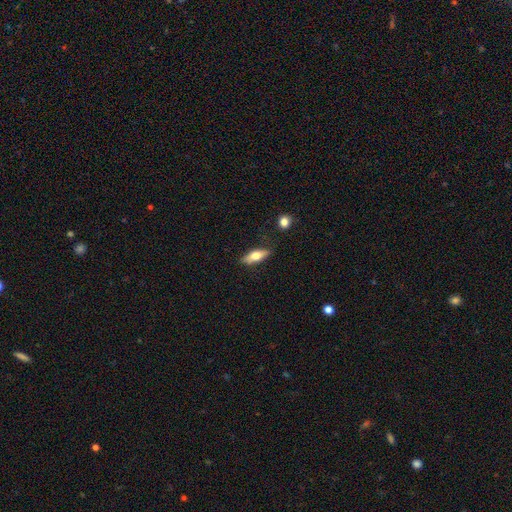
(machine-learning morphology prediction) Smooth or featured?
  - smooth: 63% *
  - featured or disk: 31%
  - star or artifact: 6%
How rounded?
  - in between: 60% *
  - cigar-shaped: 37%
  - round: 3%
Merging?
  - none: 80% *
  - minor disturbance: 14%
  - major disturbance: 3%
  - merger: 2%